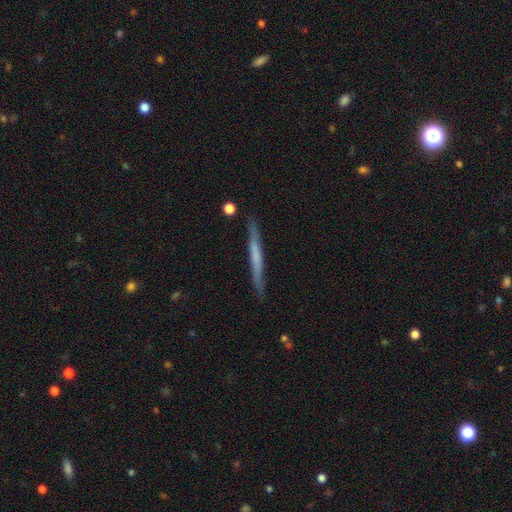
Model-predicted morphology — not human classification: smooth_or_featured: featured or disk (p=0.49) [alt: smooth p=0.46]
merging: none (p=0.88) [alt: minor disturbance p=0.09]